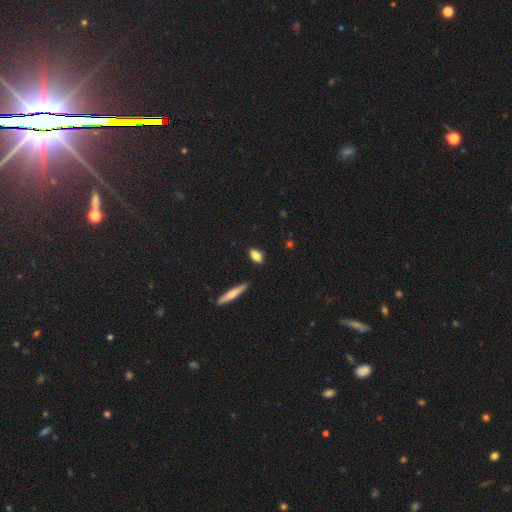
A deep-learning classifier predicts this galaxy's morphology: A smooth galaxy with no disk features (81%) that is in between round and cigar-shaped (77%). Merging: none (86%).